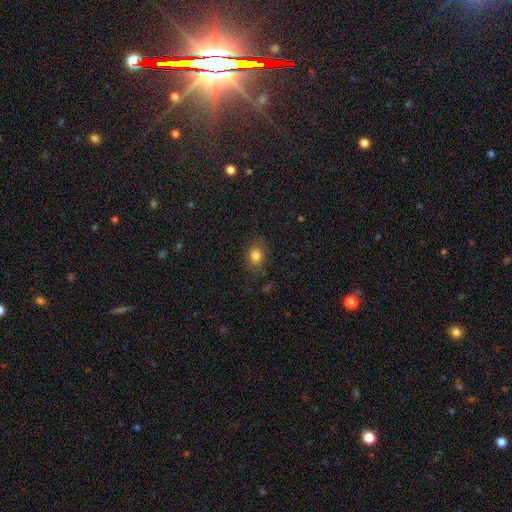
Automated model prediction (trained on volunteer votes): A smooth galaxy with no disk features (81%) that is round (57%). Merging: none (81%).